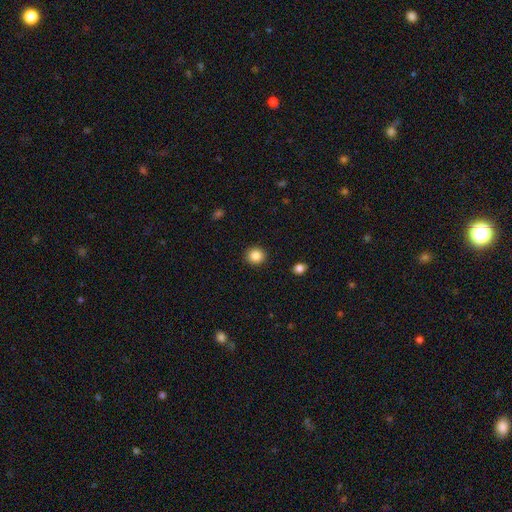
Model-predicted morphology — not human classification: Smooth or featured? smooth (86%)
How rounded? round (90%)
Merging? none (92%)